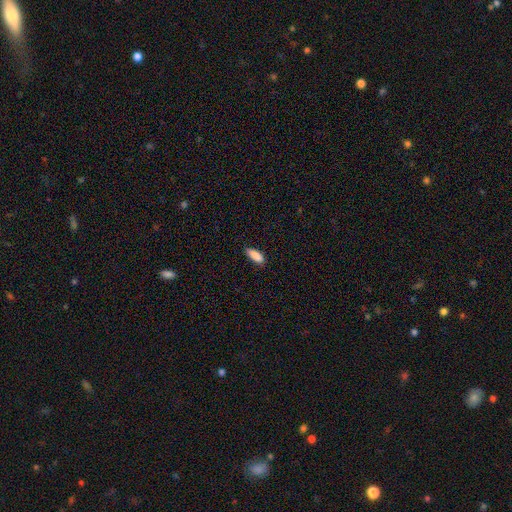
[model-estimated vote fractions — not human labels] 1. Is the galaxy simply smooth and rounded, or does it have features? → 88% smooth, 7% star or artifact, 5% featured or disk.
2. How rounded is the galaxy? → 72% in between, 26% cigar-shaped, 2% round.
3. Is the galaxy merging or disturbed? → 81% none, 16% minor disturbance, 2% major disturbance, 1% merger.